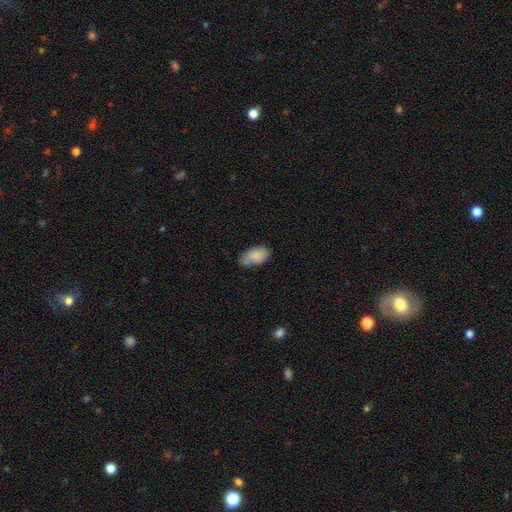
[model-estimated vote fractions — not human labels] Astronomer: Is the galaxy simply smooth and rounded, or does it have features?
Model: smooth — 81%.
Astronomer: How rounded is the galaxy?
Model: in between — 94%.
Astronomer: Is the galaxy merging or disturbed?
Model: none — 64%.